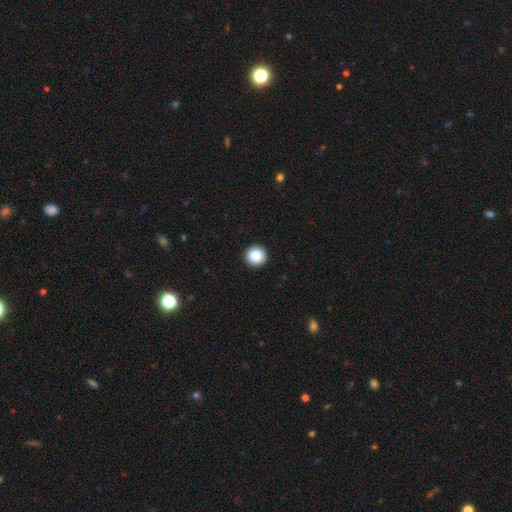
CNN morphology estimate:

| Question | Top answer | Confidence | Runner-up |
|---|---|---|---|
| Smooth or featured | smooth | 87% | star or artifact (9%) |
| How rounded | round | 96% | in between (3%) |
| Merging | none | 94% | minor disturbance (4%) |